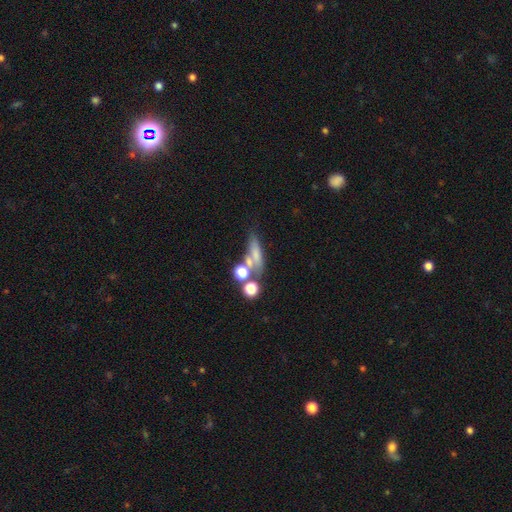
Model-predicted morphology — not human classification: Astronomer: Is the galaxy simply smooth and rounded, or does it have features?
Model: smooth — 58%.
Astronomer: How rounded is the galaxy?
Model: cigar-shaped — 42% (runner-up: in between, 37%).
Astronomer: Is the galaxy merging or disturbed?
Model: none — 42% (runner-up: merger, 31%).